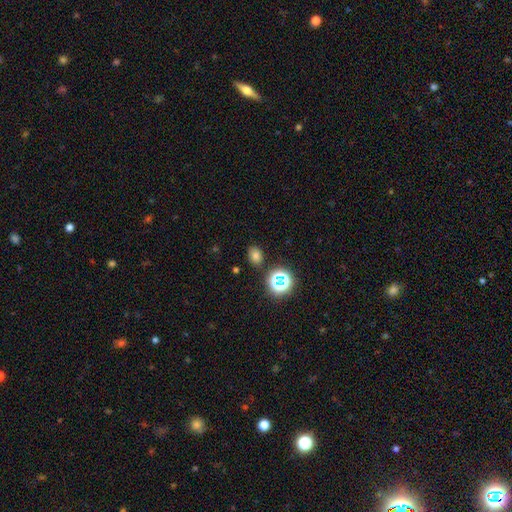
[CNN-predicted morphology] Smooth or featured? Predicted: smooth (p=0.71). How rounded? Predicted: in between (p=0.61). Merging? Predicted: none (p=0.83).